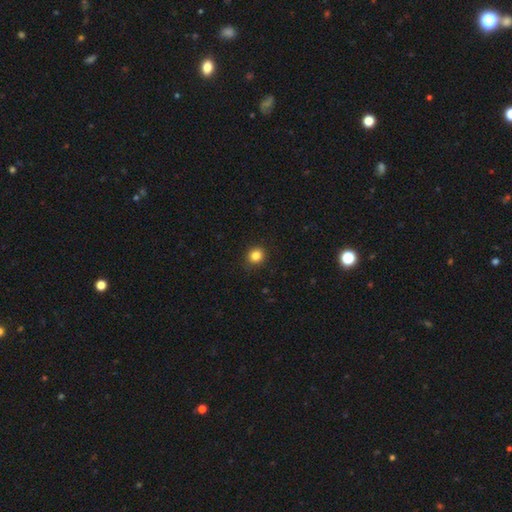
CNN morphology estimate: A smooth galaxy with no disk features (84%) that is round (84%). Merging: none (91%).